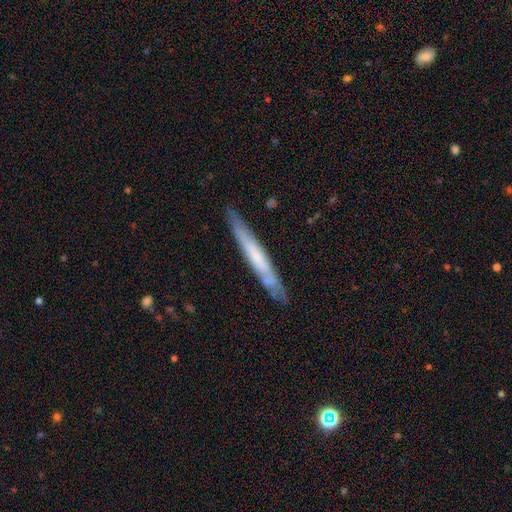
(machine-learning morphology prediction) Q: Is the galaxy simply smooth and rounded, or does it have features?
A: featured or disk — 50%.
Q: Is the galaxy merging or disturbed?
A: none — 83%.